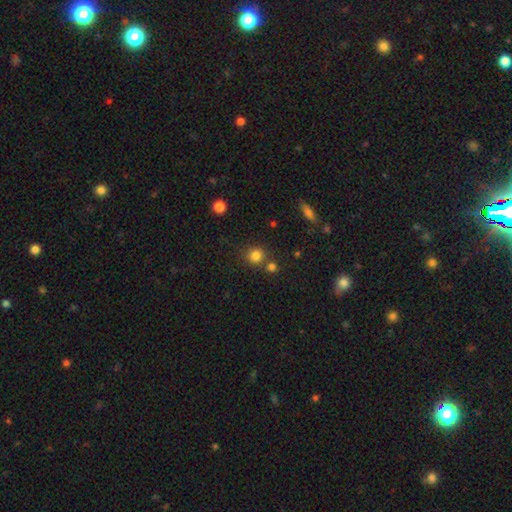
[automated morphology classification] A smooth galaxy with no disk features (81%) that is round (89%). Merging: none (72%).